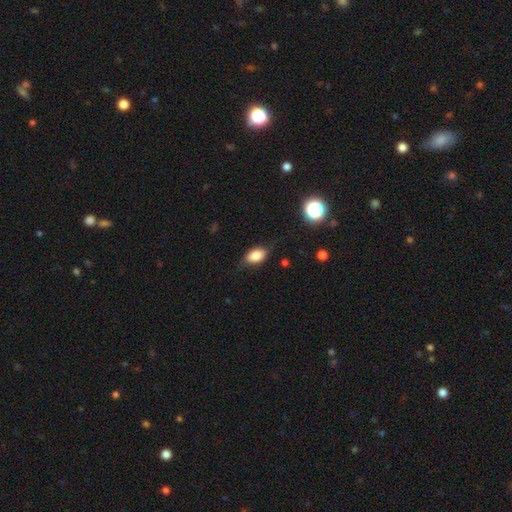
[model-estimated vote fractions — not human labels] smooth_or_featured: smooth (p=0.78) [alt: featured or disk p=0.13]
how_rounded: in between (p=0.86) [alt: round p=0.10]
merging: none (p=0.73) [alt: minor disturbance p=0.20]